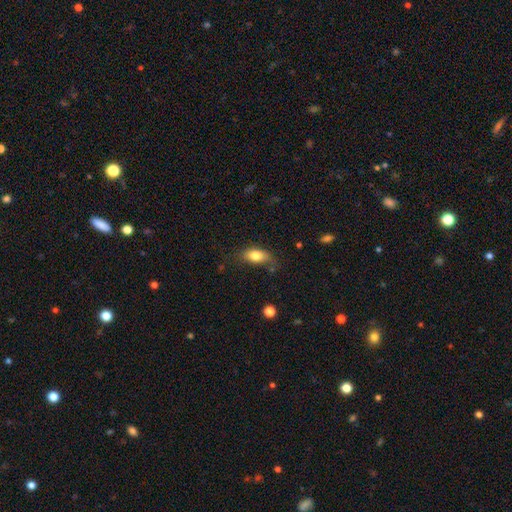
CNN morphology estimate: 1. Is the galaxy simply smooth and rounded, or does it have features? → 80% smooth, 12% featured or disk, 8% star or artifact.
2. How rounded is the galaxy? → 86% in between, 8% cigar-shaped, 6% round.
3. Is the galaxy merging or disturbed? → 63% none, 26% minor disturbance, 8% major disturbance, 3% merger.